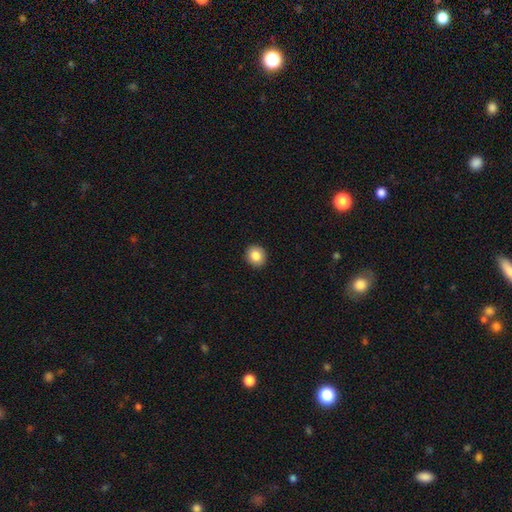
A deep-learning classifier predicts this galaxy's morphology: A smooth galaxy with no disk features (84%) that is round (85%).

Vote fractions:
- Smooth or featured? smooth: 84% / star or artifact: 9% / featured or disk: 7%
- How rounded? round: 85% / in between: 14% / cigar-shaped: 1%
- Merging? none: 92% / minor disturbance: 5% / major disturbance: 2% / merger: 1%